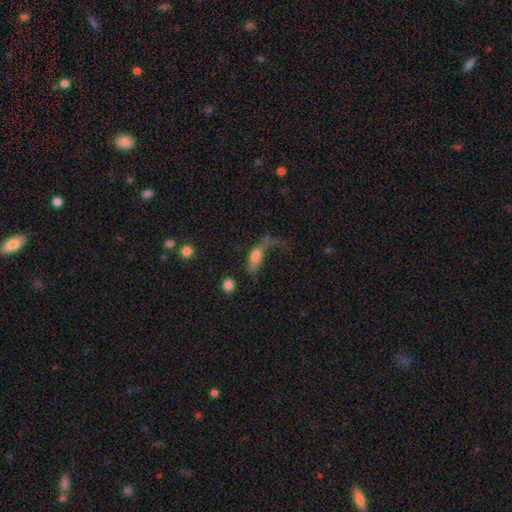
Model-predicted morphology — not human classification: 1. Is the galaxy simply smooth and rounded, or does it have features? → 66% smooth, 22% featured or disk, 12% star or artifact.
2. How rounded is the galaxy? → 75% in between, 16% cigar-shaped, 9% round.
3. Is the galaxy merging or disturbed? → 54% major disturbance, 19% none, 17% minor disturbance, 10% merger.